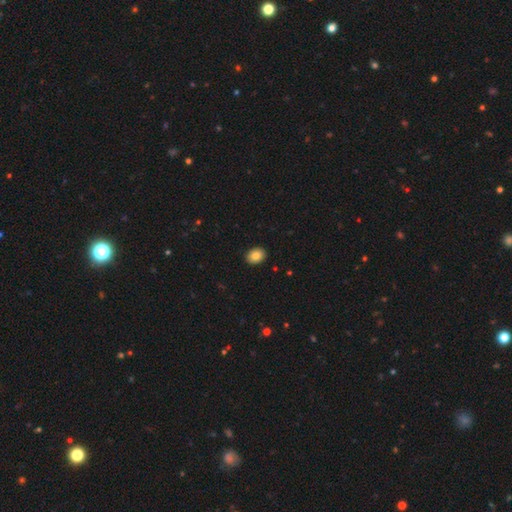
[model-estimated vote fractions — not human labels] Smooth or featured: smooth — 84% (star or artifact — 8%)
How rounded: in between — 66% (round — 33%)
Merging: none — 91% (minor disturbance — 6%)